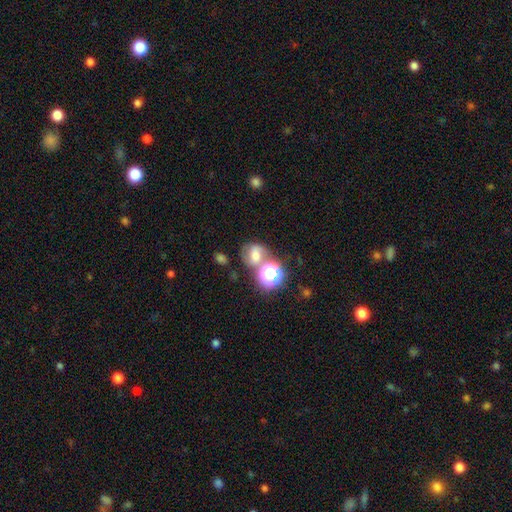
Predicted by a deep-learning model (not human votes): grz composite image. It shows a smooth galaxy with no disk features (50%). Merging: none (48%).